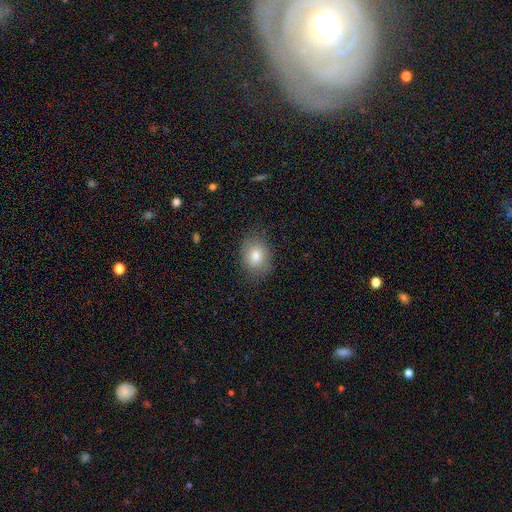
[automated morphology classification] Smooth or featured? smooth (79%)
How rounded? in between (61%)
Merging? none (81%)